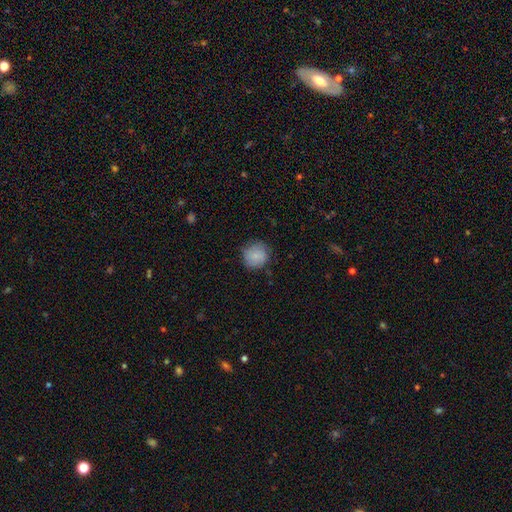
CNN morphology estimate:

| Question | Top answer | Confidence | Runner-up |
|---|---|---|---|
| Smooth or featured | smooth | 84% | featured or disk (9%) |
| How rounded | round | 89% | in between (10%) |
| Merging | none | 79% | minor disturbance (16%) |